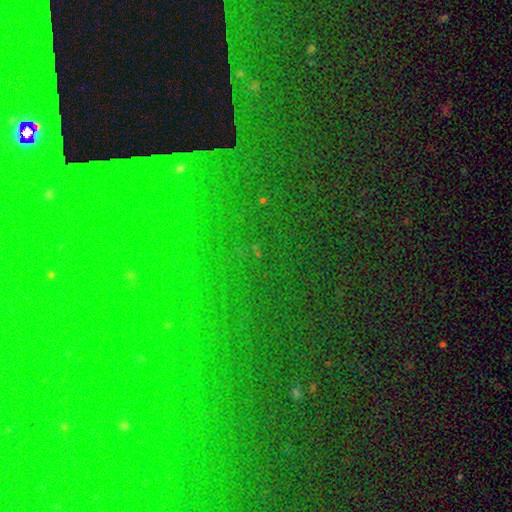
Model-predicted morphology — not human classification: Smooth or featured?
  - star or artifact: 79% *
  - featured or disk: 10%
  - smooth: 10%